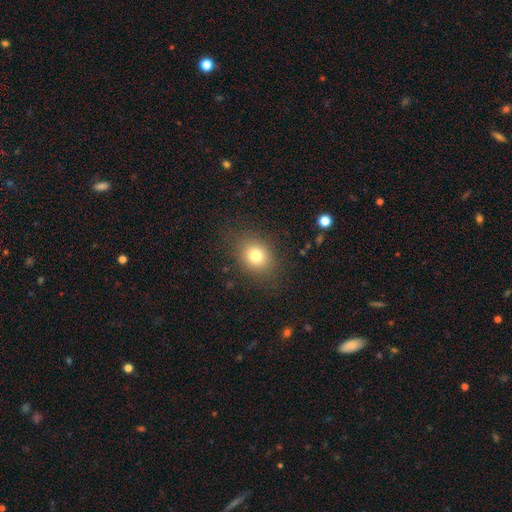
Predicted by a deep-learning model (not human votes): Smooth or featured? smooth (77%)
How rounded? round (63%)
Merging? none (83%)